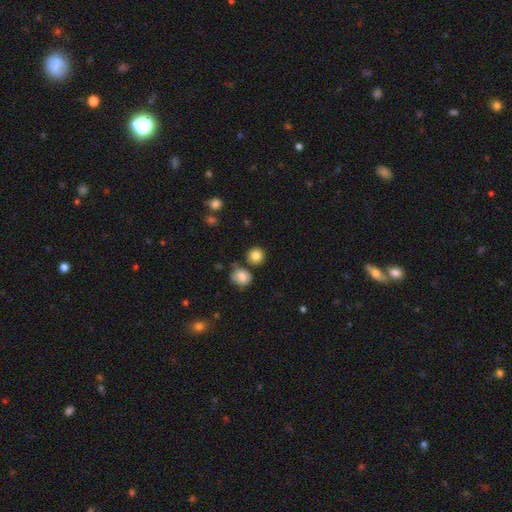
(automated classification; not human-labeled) A smooth galaxy with no disk features (84%) that is round (89%).

Vote fractions:
- Smooth or featured? smooth: 84% / star or artifact: 10% / featured or disk: 6%
- How rounded? round: 89% / in between: 10% / cigar-shaped: 1%
- Merging? none: 80% / minor disturbance: 9% / merger: 8% / major disturbance: 3%